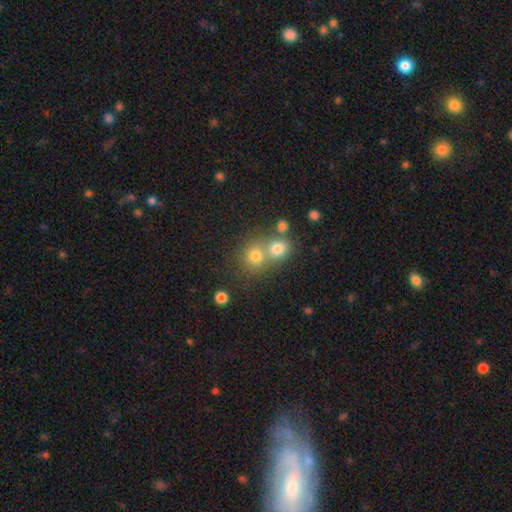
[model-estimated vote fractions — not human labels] Q: Smooth or featured?
A: smooth (53%); runner-up: star or artifact (28%)
Q: How rounded?
A: round (81%); runner-up: in between (17%)
Q: Merging?
A: none (49%); runner-up: merger (38%)